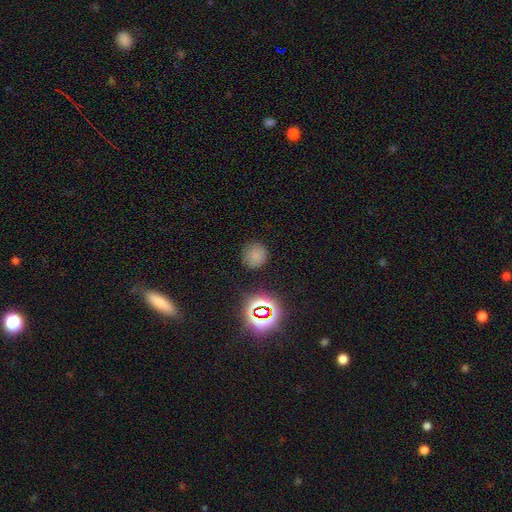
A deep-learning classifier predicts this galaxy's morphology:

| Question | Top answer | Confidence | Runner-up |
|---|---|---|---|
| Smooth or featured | smooth | 69% | star or artifact (22%) |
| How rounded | round | 88% | in between (11%) |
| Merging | none | 84% | minor disturbance (11%) |